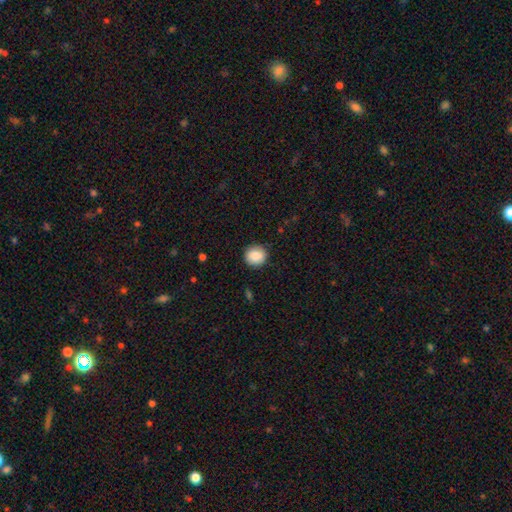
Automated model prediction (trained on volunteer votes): Smooth or featured: smooth — 88% (star or artifact — 8%)
How rounded: round — 88% (in between — 11%)
Merging: none — 89% (minor disturbance — 8%)